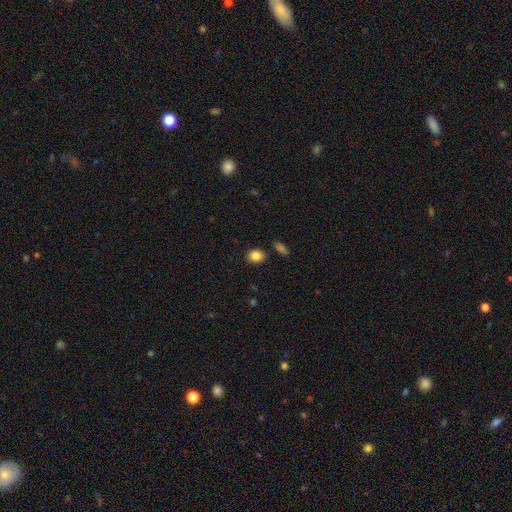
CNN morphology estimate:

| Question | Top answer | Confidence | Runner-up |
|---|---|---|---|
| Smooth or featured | smooth | 85% | star or artifact (9%) |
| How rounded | round | 50% | in between (49%) |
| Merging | none | 85% | minor disturbance (9%) |